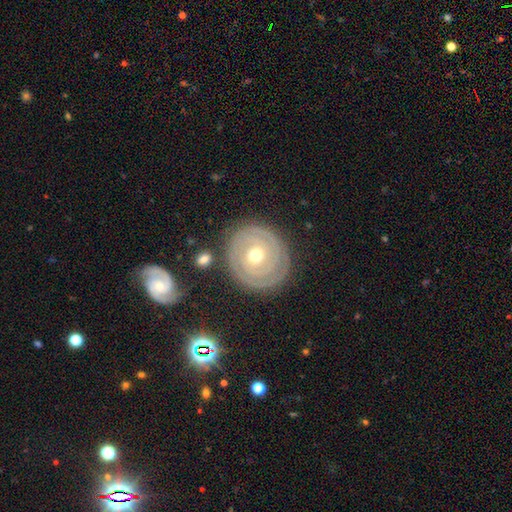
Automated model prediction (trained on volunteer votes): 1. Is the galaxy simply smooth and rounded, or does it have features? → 82% featured or disk, 13% smooth, 5% star or artifact.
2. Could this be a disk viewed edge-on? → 97% no, 3% yes.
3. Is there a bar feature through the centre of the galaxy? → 77% no, 17% weak, 6% strong.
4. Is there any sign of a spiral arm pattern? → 89% yes, 11% no.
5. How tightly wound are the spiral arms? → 88% tight, 9% medium, 3% loose.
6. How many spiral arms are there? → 49% 2, 22% can't tell, 13% 3, 7% 1, 5% 4, 4% more than 4.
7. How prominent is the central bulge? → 61% moderate, 35% small, 2% large, 1% dominant, 1% none.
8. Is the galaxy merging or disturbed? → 84% none, 10% minor disturbance, 3% major disturbance, 2% merger.